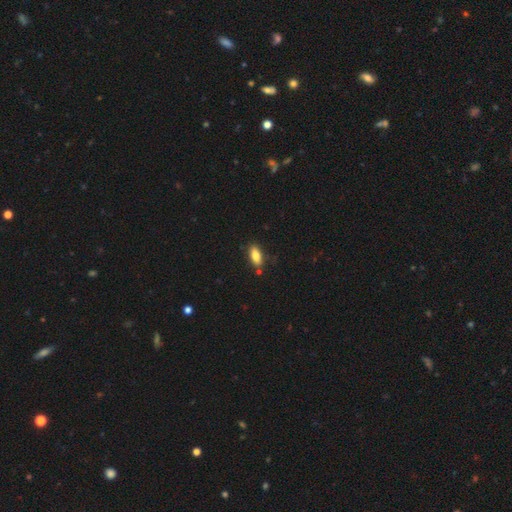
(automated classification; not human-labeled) A smooth galaxy with no disk features (82%) that is in between round and cigar-shaped (82%).

Vote fractions:
- Smooth or featured? smooth: 82% / featured or disk: 11% / star or artifact: 7%
- How rounded? in between: 82% / cigar-shaped: 15% / round: 3%
- Merging? none: 80% / minor disturbance: 14% / merger: 4% / major disturbance: 3%